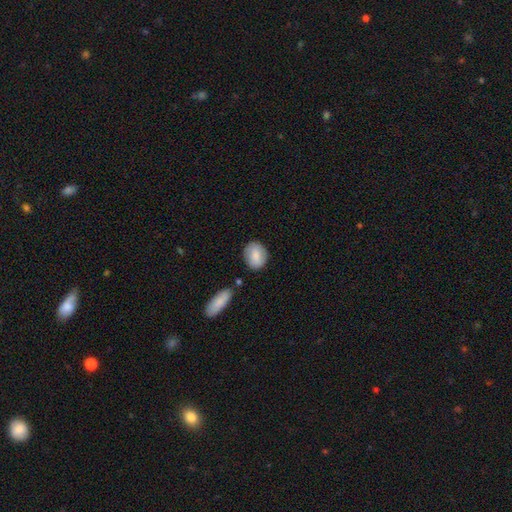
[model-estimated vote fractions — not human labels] Smooth or featured? smooth (83%)
How rounded? in between (60%)
Merging? none (76%)